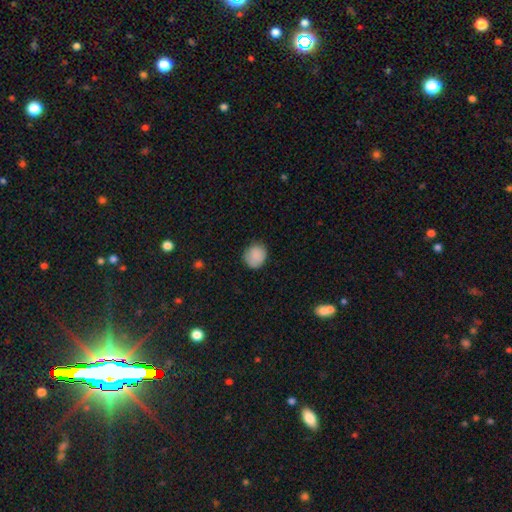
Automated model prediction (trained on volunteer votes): Smooth or featured? smooth (87%)
How rounded? round (80%)
Merging? none (80%)